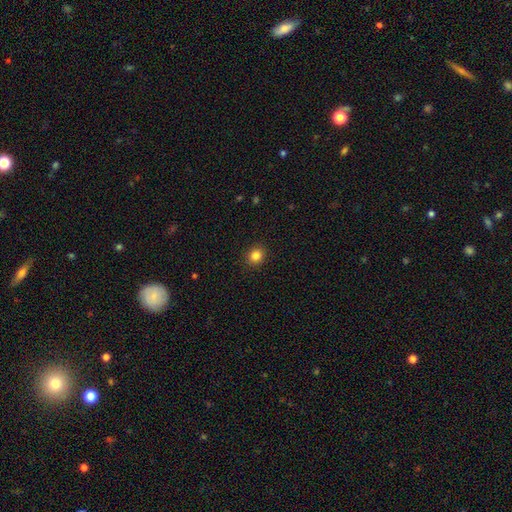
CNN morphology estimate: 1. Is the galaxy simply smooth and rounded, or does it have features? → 84% smooth, 11% star or artifact, 4% featured or disk.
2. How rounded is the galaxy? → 80% round, 19% in between, 1% cigar-shaped.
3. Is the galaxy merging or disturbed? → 91% none, 6% minor disturbance, 2% major disturbance, 1% merger.